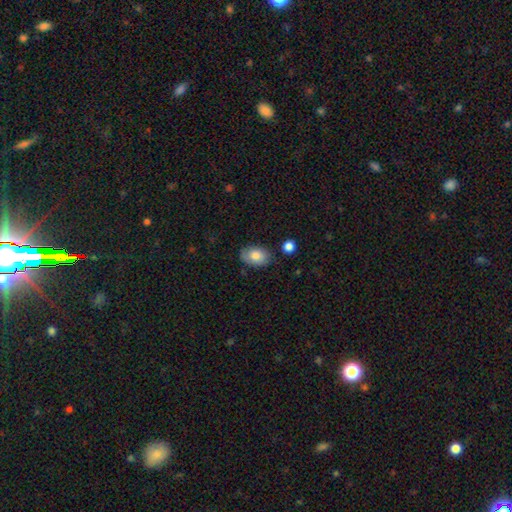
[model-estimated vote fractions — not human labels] This appears to be a smooth galaxy with no disk features (80%) that is in between round and cigar-shaped (85%). Merging: none (74%).